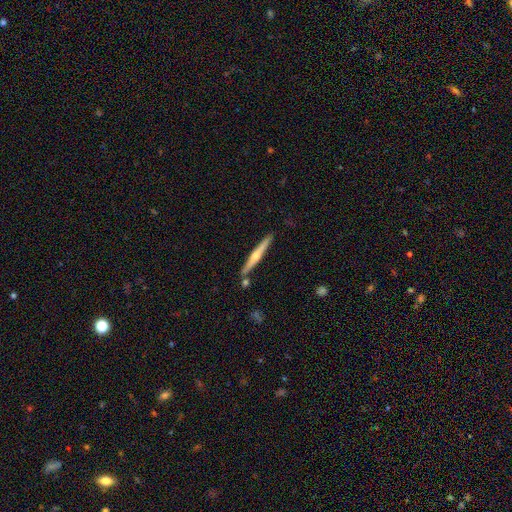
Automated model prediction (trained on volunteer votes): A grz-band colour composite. It shows a featured or disk galaxy (71%) viewed edge-on (98%) with a rounded central bulge (85%). Merging: none (87%).